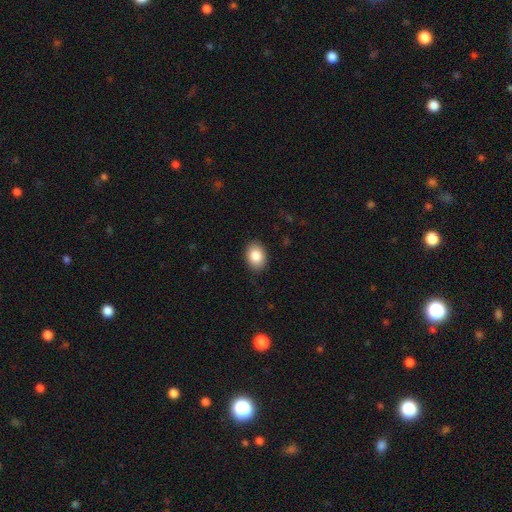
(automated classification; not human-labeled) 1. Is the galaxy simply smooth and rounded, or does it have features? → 85% smooth, 8% star or artifact, 7% featured or disk.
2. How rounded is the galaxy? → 72% in between, 27% round, 1% cigar-shaped.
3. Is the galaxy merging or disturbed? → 88% none, 9% minor disturbance, 2% major disturbance, 1% merger.